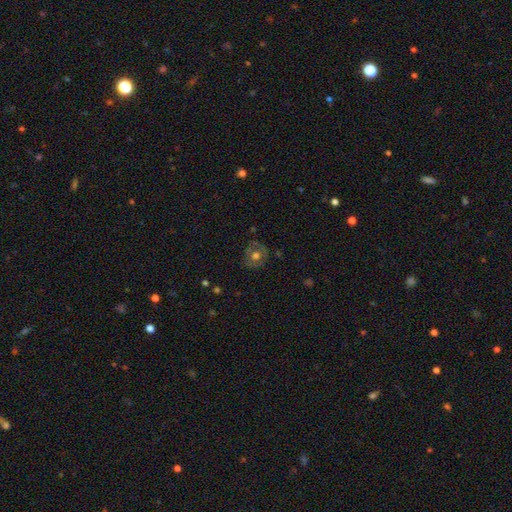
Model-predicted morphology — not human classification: The model was most divided on "smooth or featured": smooth: 49%, featured or disk: 42%, star or artifact: 9%. More confident: merging — none (75%).